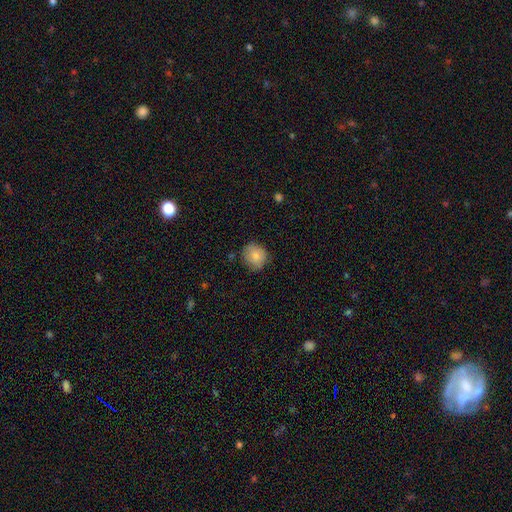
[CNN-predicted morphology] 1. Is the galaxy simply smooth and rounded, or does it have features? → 82% smooth, 11% featured or disk, 8% star or artifact.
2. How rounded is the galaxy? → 76% round, 23% in between, 1% cigar-shaped.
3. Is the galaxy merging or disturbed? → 74% none, 21% minor disturbance, 4% major disturbance, 2% merger.